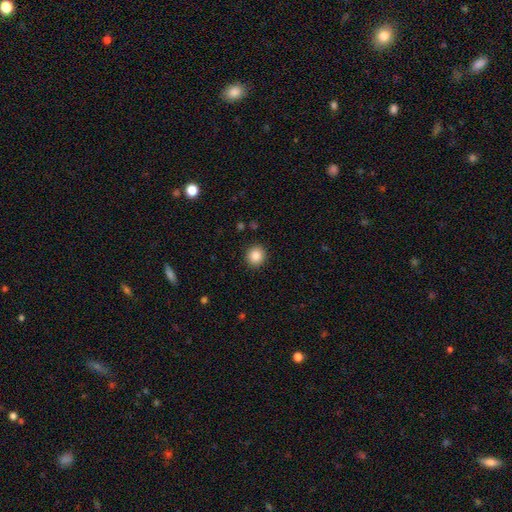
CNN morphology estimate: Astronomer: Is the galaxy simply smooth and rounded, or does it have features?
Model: smooth — 86%.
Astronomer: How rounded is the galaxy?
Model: round — 90%.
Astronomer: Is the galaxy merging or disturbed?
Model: none — 92%.